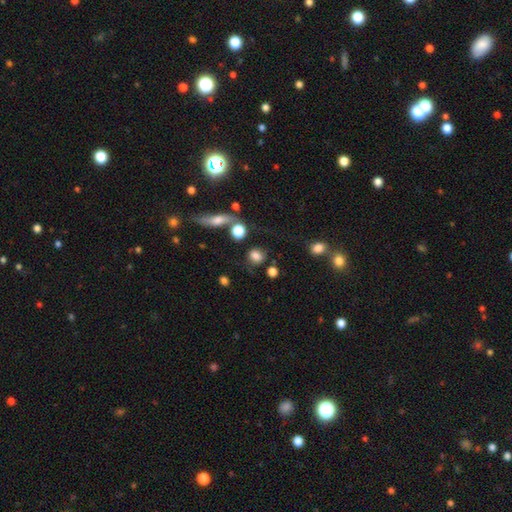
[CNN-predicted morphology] Smooth or featured?
  - smooth: 78% *
  - star or artifact: 12%
  - featured or disk: 10%
How rounded?
  - round: 70% *
  - in between: 28%
  - cigar-shaped: 2%
Merging?
  - none: 66% *
  - minor disturbance: 16%
  - merger: 10%
  - major disturbance: 8%